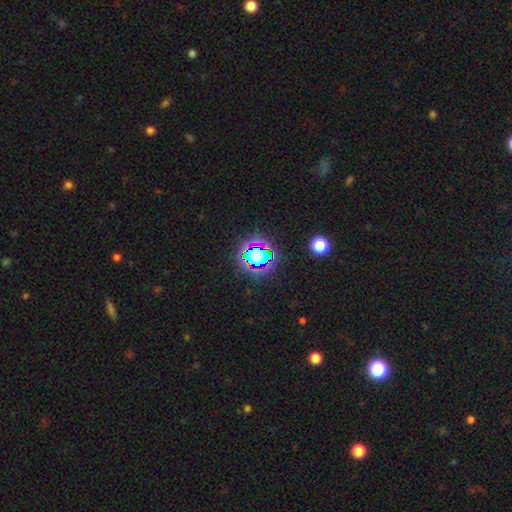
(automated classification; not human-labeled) Smooth or featured? Predicted: star or artifact (p=0.57).